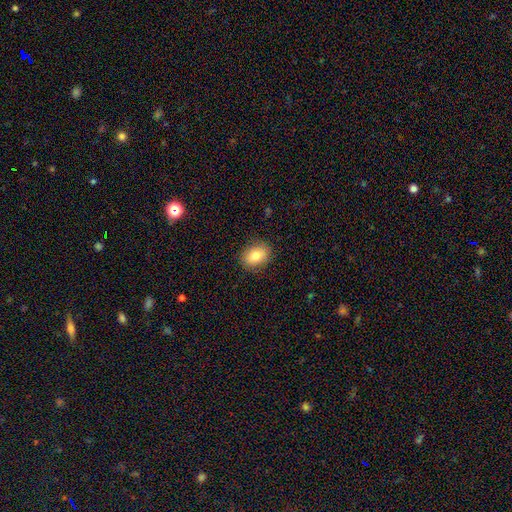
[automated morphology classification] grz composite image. It shows a smooth galaxy with no disk features (82%) that is in between round and cigar-shaped (67%). Merging: none (87%).